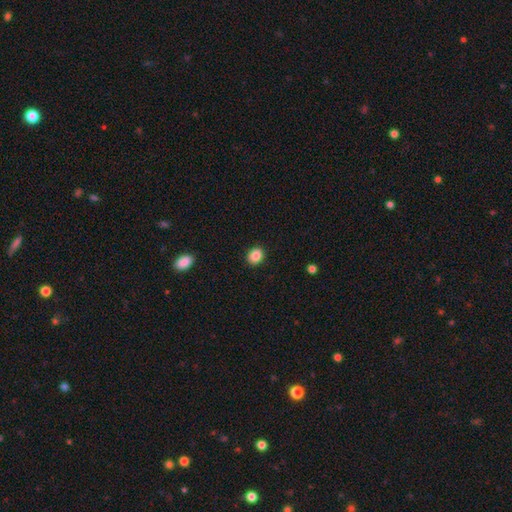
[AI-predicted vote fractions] smooth 86%, star or artifact 9%, featured or disk 5%. Down the decision tree: how rounded — round (57%); merging — none (90%).